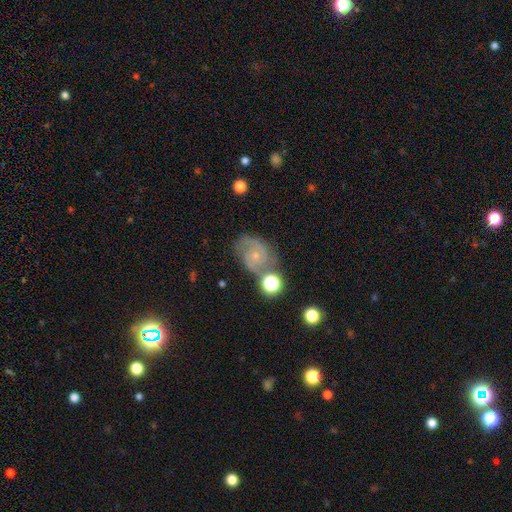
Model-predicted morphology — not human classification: Smooth or featured? Predicted: featured or disk (p=0.76). Edge-on disk? Predicted: no (p=0.97). Bar? Predicted: no (p=0.71). Spiral arms? Predicted: yes (p=0.94). Spiral winding? Predicted: medium (p=0.47). Spiral arm count? Predicted: 2 (p=0.71). Bulge size? Predicted: small (p=0.72). Merging? Predicted: none (p=0.65).